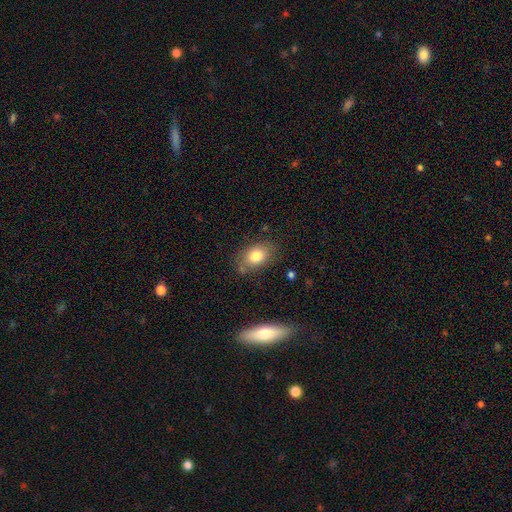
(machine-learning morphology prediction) This is likely a smooth galaxy (79%). How rounded: likely in between (79%). Merging: likely none (75%).